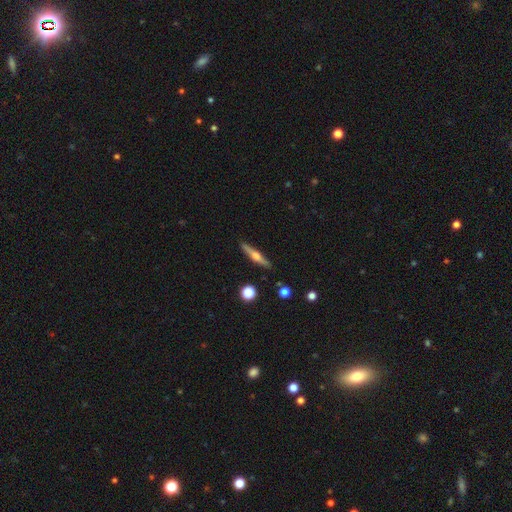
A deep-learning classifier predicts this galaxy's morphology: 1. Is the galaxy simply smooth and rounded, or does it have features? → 65% featured or disk, 29% smooth, 6% star or artifact.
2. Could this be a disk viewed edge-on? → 97% yes, 3% no.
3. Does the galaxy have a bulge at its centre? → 89% rounded, 6% boxy, 4% none.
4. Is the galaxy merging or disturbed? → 89% none, 7% minor disturbance, 2% merger, 2% major disturbance.